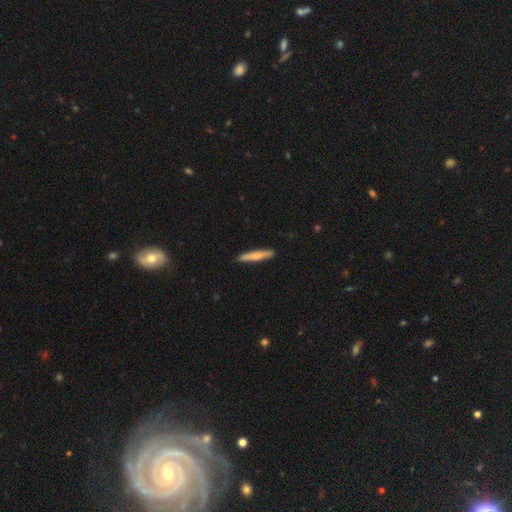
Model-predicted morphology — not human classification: smooth-or-featured: smooth: 70% | featured or disk: 25% | star or artifact: 5%
  how-rounded: cigar-shaped: 93% | in between: 5% | round: 1%
  merging: none: 90% | minor disturbance: 8% | major disturbance: 1% | merger: 1%